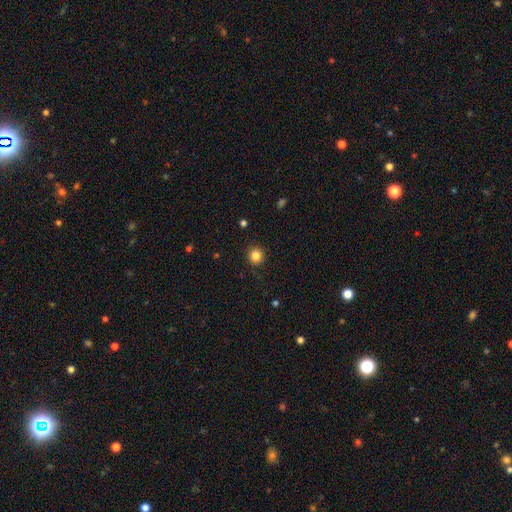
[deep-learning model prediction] Smooth or featured?
  - smooth: 85% *
  - star or artifact: 11%
  - featured or disk: 4%
How rounded?
  - round: 93% *
  - in between: 6%
  - cigar-shaped: 1%
Merging?
  - none: 90% *
  - minor disturbance: 7%
  - major disturbance: 2%
  - merger: 1%